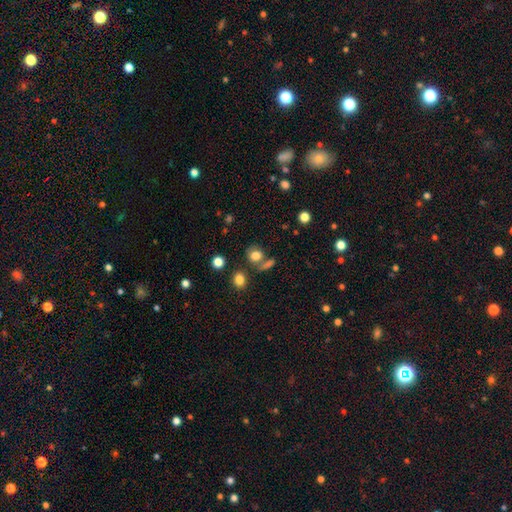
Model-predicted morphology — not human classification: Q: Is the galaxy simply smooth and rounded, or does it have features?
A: smooth — 78%.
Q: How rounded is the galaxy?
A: round — 65%.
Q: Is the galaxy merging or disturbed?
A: none — 60%.